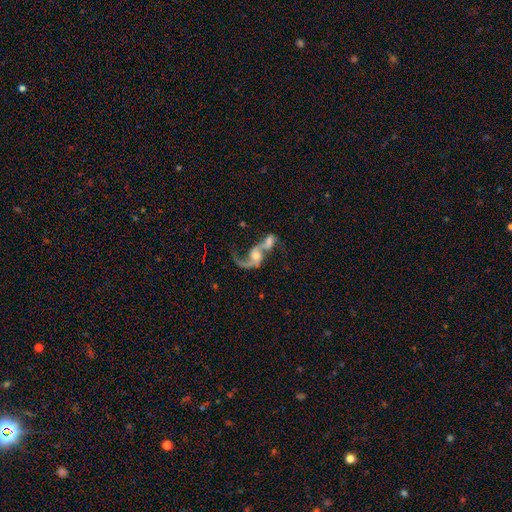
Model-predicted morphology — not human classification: Smooth or featured: featured or disk — 74% (smooth — 17%)
Edge-on disk: no — 95% (yes — 5%)
Bar: no — 63% (weak — 27%)
Spiral arms: yes — 84% (no — 16%)
Spiral winding: loose — 78% (medium — 17%)
Spiral arm count: 2 — 50% (1 — 43%)
Bulge size: moderate — 48% (small — 26%)
Merging: merger — 70% (major disturbance — 12%)